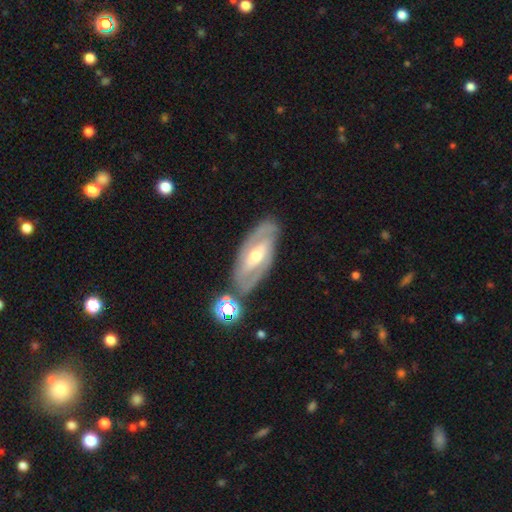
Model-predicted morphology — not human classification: Smooth or featured? featured or disk (79%)
Edge-on disk? no (90%)
Bar? weak (38%)
Spiral arms? yes (85%)
Spiral winding? tight (45%)
Spiral arm count? 2 (78%)
Bulge size? moderate (61%)
Merging? none (79%)